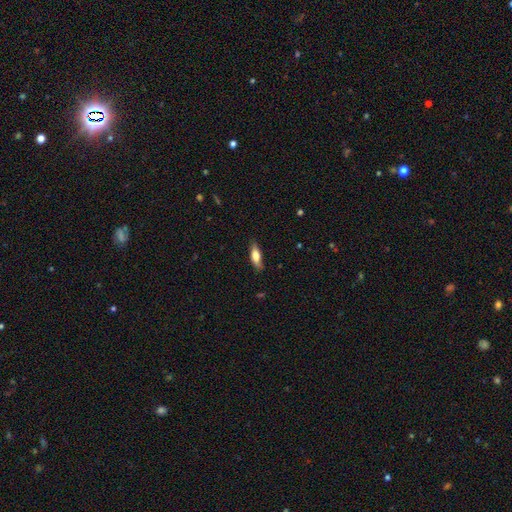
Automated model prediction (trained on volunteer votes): smooth 73%, featured or disk 20%, star or artifact 6%. Down the decision tree: how rounded — in between (59%); merging — none (79%).